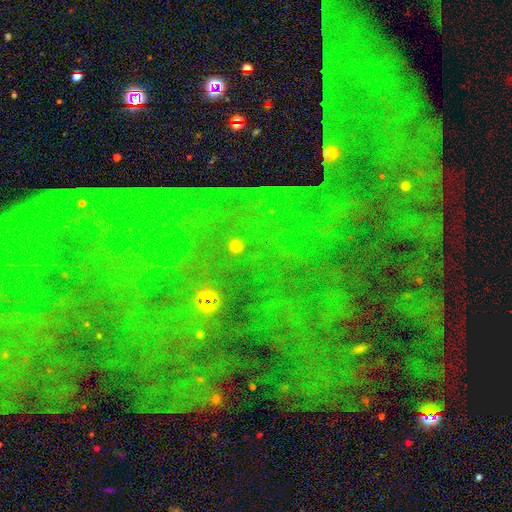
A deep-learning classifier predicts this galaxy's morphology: type=star or artifact (83%).